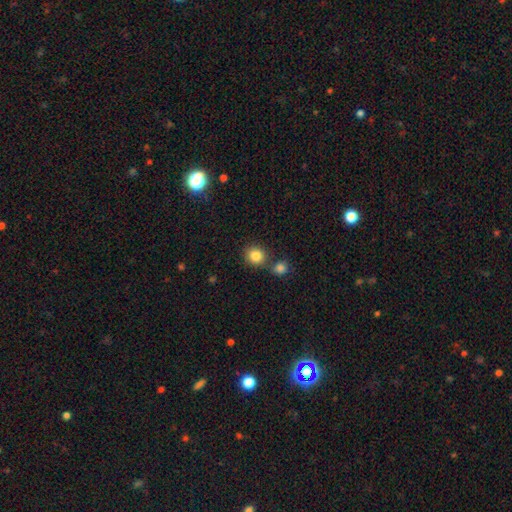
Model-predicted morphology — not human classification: type=smooth (84%); roundness=round (85%); merging=none (67%).